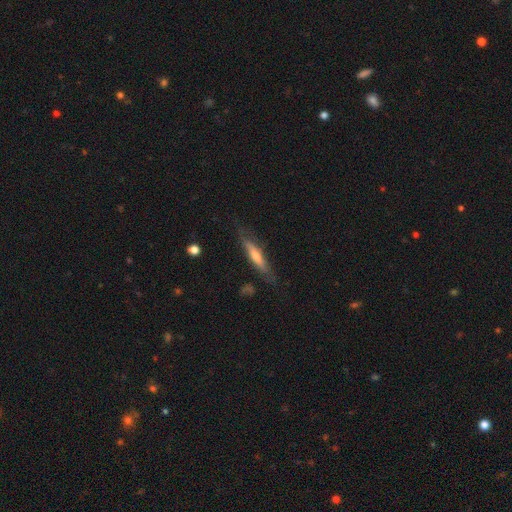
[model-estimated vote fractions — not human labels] This appears to be a featured or disk galaxy (49%). Merging: none (74%).